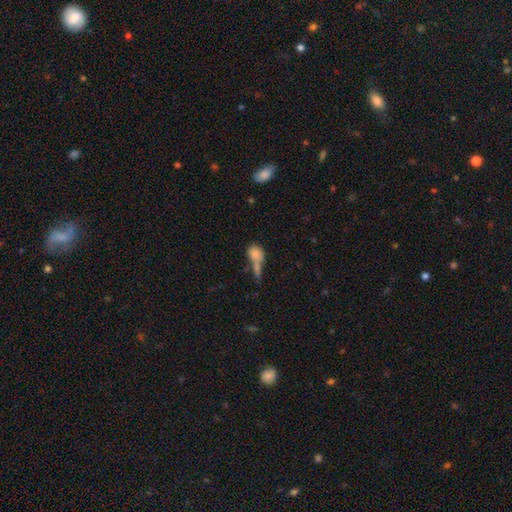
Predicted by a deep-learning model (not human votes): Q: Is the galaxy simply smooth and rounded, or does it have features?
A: smooth — 77%.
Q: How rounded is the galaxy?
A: round — 47%.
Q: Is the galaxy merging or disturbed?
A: merger — 45%.